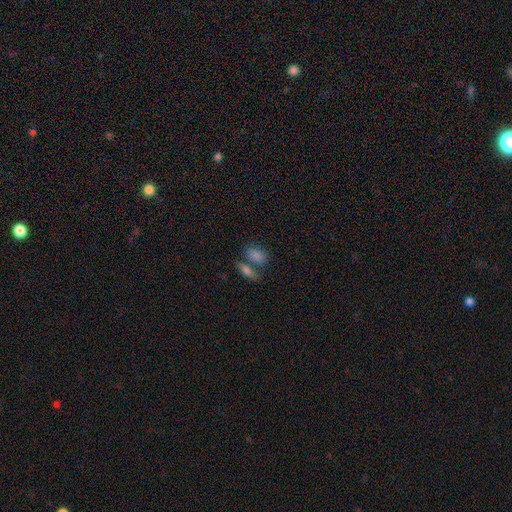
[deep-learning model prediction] smooth_or_featured: smooth (p=0.76) [alt: featured or disk p=0.12]
how_rounded: in between (p=0.82) [alt: round p=0.10]
merging: none (p=0.48) [alt: merger p=0.37]